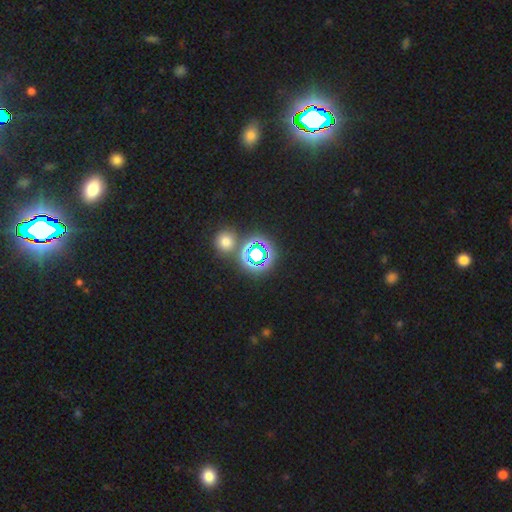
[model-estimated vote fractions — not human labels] Smooth or featured? Predicted: star or artifact (p=0.66).